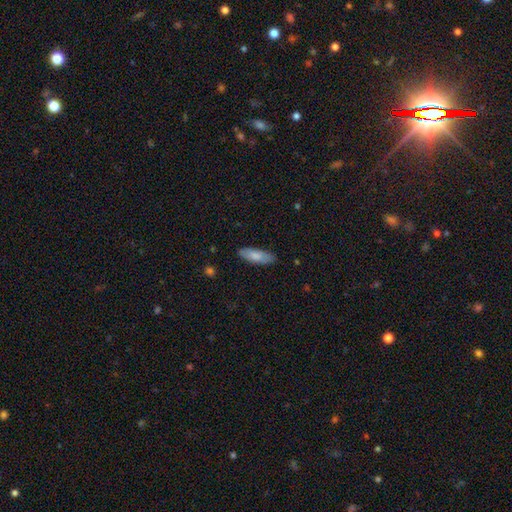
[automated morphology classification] The model was most divided on "how rounded": in between: 60%, cigar-shaped: 39%, round: 2%. More confident: merging — none (86%); smooth or featured — smooth (79%).